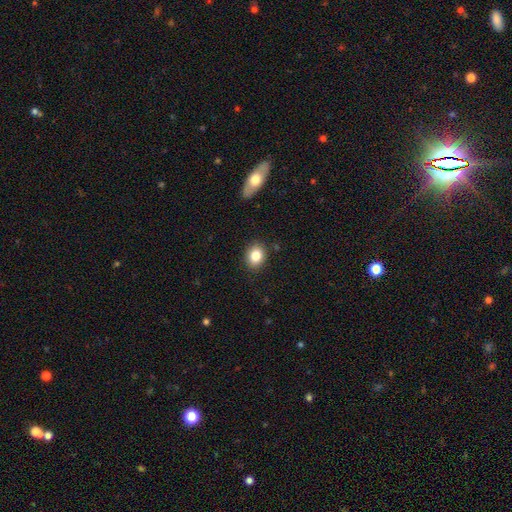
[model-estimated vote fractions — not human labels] A smooth galaxy with no disk features (84%) that is in between round and cigar-shaped (50%). Merging: none (88%).